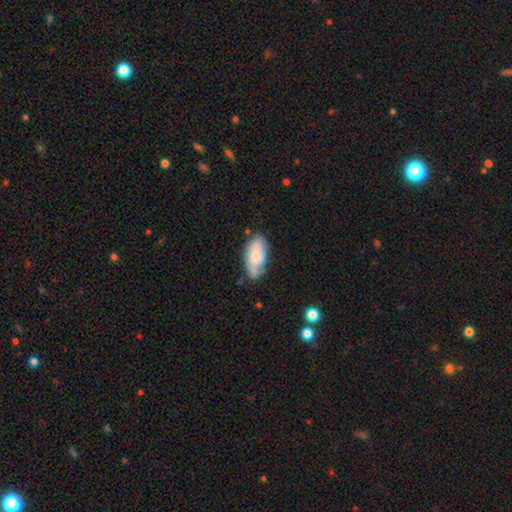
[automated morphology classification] The model was most divided on "smooth or featured": smooth: 57%, featured or disk: 36%, star or artifact: 6%. More confident: how rounded — in between (91%); merging — none (57%).